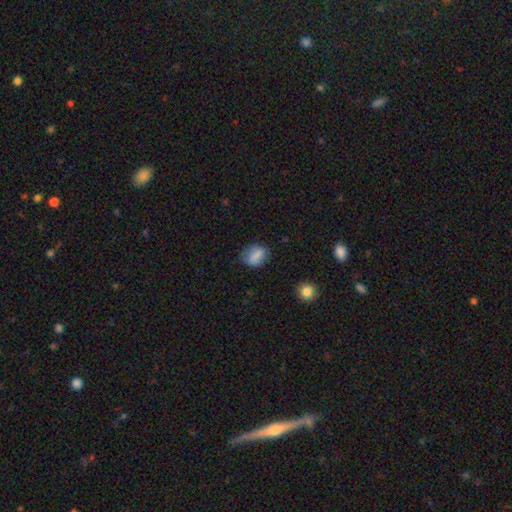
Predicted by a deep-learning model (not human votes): Overall: smooth (77%). How rounded: in between (64%; round 33%). Merging: none (70%).